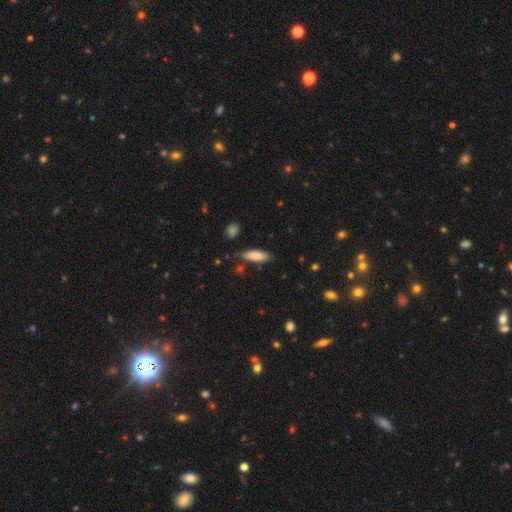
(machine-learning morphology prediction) smooth 81%, featured or disk 13%, star or artifact 6%. Down the decision tree: how rounded — in between (54%); merging — none (78%).